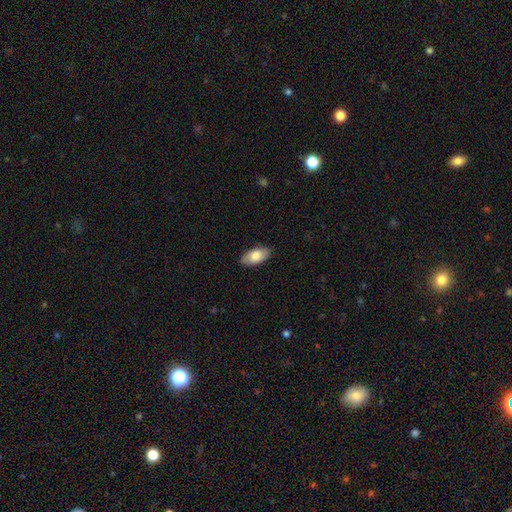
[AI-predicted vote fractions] Smooth or featured?
  - smooth: 78% *
  - featured or disk: 16%
  - star or artifact: 6%
How rounded?
  - in between: 92% *
  - cigar-shaped: 5%
  - round: 2%
Merging?
  - none: 87% *
  - minor disturbance: 10%
  - major disturbance: 2%
  - merger: 1%